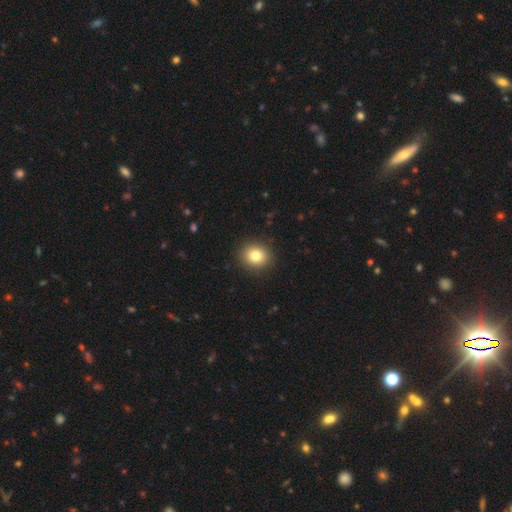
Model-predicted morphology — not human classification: type=smooth (81%); roundness=round (79%); merging=none (91%).